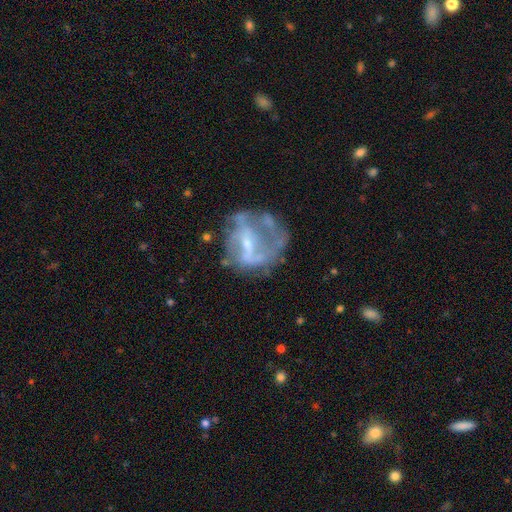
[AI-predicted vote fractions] Smooth or featured? Predicted: featured or disk (p=0.69). Edge-on disk? Predicted: no (p=0.97). Bar? Predicted: weak (p=0.41). Spiral arms? Predicted: no (p=0.58). Bulge size? Predicted: small (p=0.59). Merging? Predicted: none (p=0.39).